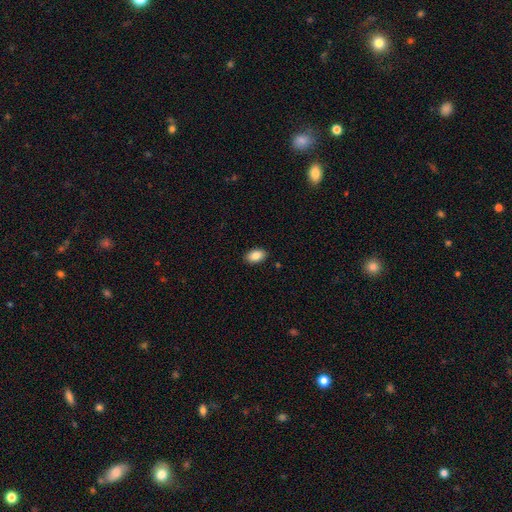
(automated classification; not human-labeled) A smooth galaxy with no disk features (87%) that is in between round and cigar-shaped (92%).

Vote fractions:
- Smooth or featured? smooth: 87% / star or artifact: 7% / featured or disk: 6%
- How rounded? in between: 92% / round: 6% / cigar-shaped: 1%
- Merging? none: 89% / minor disturbance: 8% / major disturbance: 2% / merger: 1%